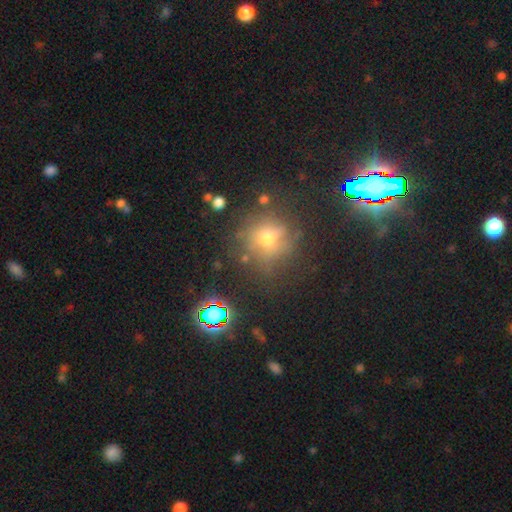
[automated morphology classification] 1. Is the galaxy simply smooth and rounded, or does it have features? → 58% star or artifact, 30% smooth, 13% featured or disk.